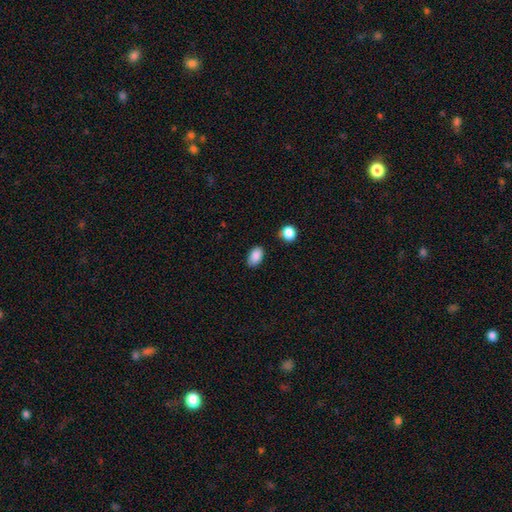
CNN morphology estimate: Smooth or featured? smooth (88%)
How rounded? in between (90%)
Merging? none (80%)